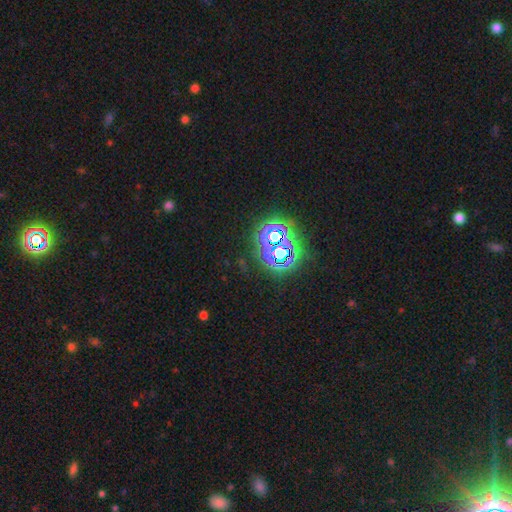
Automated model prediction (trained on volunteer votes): A star or artifact, not a galaxy (74%).

Vote fractions:
- Smooth or featured? star or artifact: 74% / smooth: 18% / featured or disk: 8%